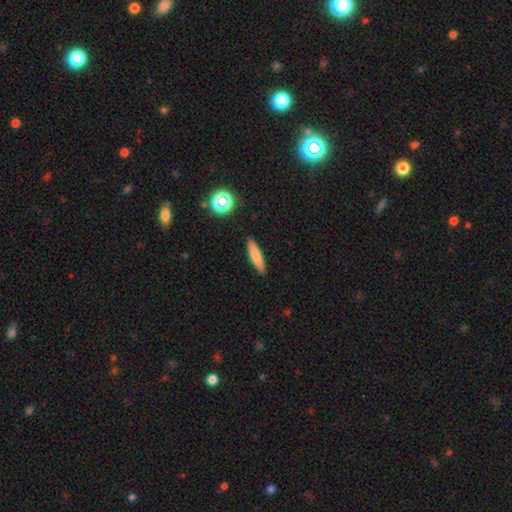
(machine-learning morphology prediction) Q: Smooth or featured?
A: smooth (74%); runner-up: featured or disk (18%)
Q: How rounded?
A: cigar-shaped (79%); runner-up: in between (19%)
Q: Merging?
A: none (90%); runner-up: minor disturbance (7%)